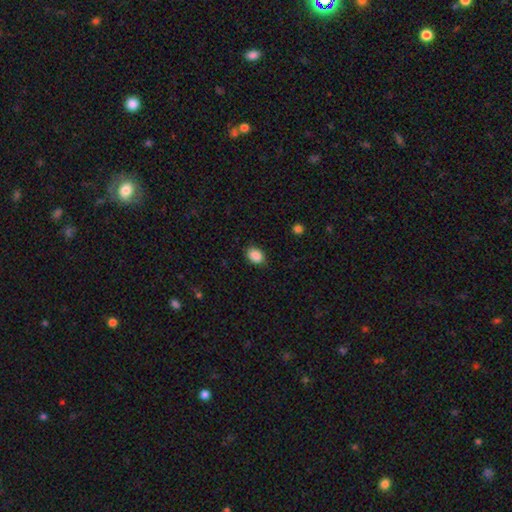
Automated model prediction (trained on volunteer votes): smooth_or_featured: smooth (p=0.88) [alt: star or artifact p=0.08]
how_rounded: in between (p=0.70) [alt: round p=0.29]
merging: none (p=0.86) [alt: minor disturbance p=0.10]